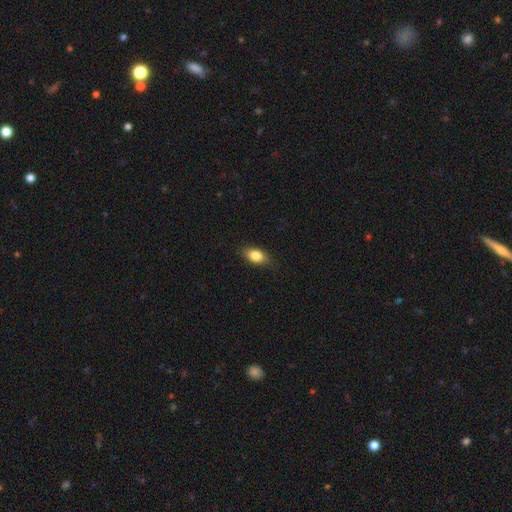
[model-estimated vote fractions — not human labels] smooth_or_featured: smooth (p=0.83) [alt: featured or disk p=0.09]
how_rounded: in between (p=0.85) [alt: round p=0.10]
merging: none (p=0.84) [alt: minor disturbance p=0.13]